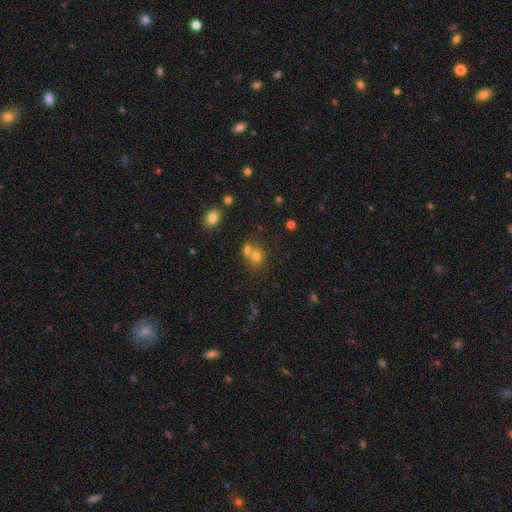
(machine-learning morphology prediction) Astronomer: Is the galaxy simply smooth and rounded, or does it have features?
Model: smooth — 73%.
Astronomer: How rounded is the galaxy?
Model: round — 74%.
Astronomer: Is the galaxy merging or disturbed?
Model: merger — 46% (runner-up: none, 42%).